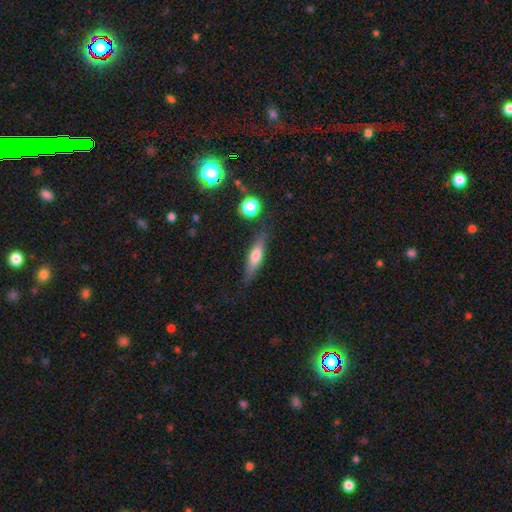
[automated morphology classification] The model was most divided on "smooth or featured": smooth: 52%, featured or disk: 40%, star or artifact: 8%. More confident: merging — none (79%); how rounded — cigar-shaped (69%).